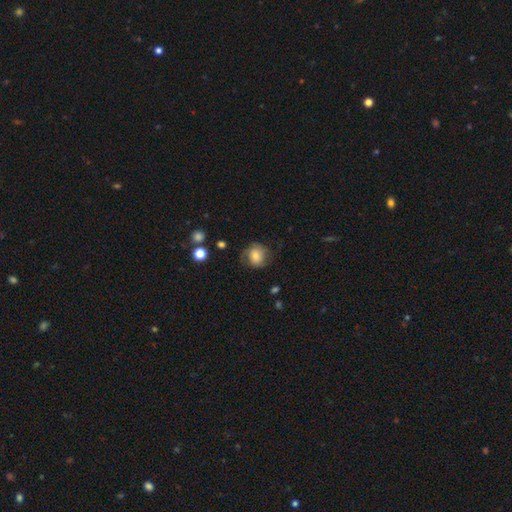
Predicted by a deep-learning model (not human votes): Q: Smooth or featured?
A: smooth (54%); runner-up: featured or disk (36%)
Q: How rounded?
A: round (77%); runner-up: in between (22%)
Q: Merging?
A: none (66%); runner-up: minor disturbance (22%)